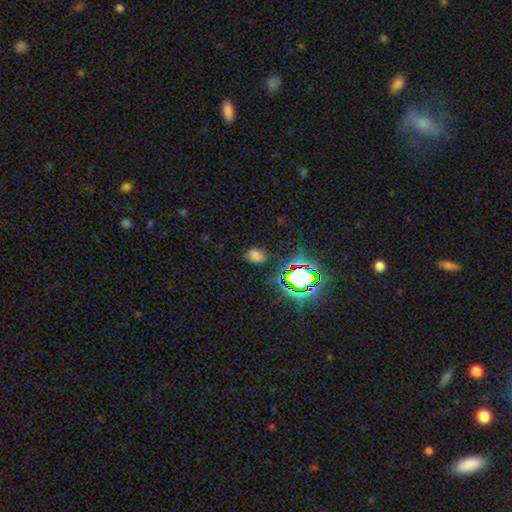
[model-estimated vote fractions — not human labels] Smooth or featured?
  - smooth: 64% *
  - star or artifact: 28%
  - featured or disk: 8%
How rounded?
  - in between: 59% *
  - round: 40%
  - cigar-shaped: 1%
Merging?
  - none: 76% *
  - minor disturbance: 17%
  - major disturbance: 5%
  - merger: 2%